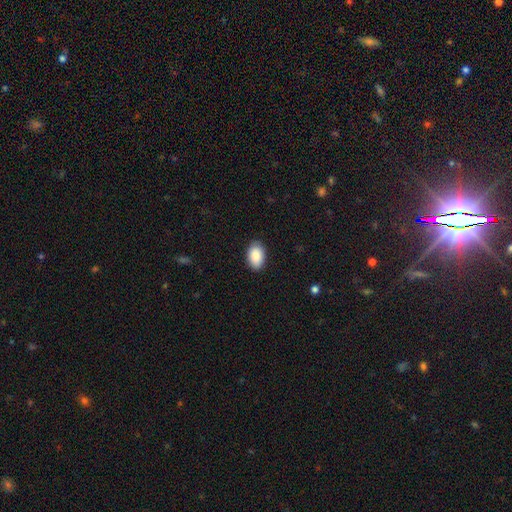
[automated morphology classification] A smooth galaxy with no disk features (89%) that is in between round and cigar-shaped (91%).

Vote fractions:
- Smooth or featured? smooth: 89% / star or artifact: 6% / featured or disk: 5%
- How rounded? in between: 91% / round: 8% / cigar-shaped: 1%
- Merging? none: 86% / minor disturbance: 11% / major disturbance: 2% / merger: 1%